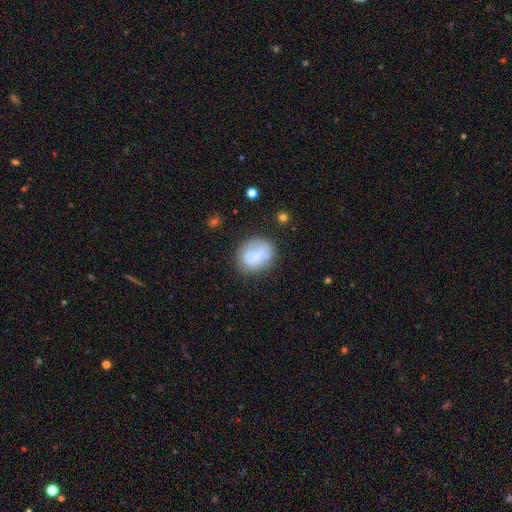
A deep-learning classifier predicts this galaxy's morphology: Smooth or featured? smooth (61%)
How rounded? round (55%)
Merging? none (67%)